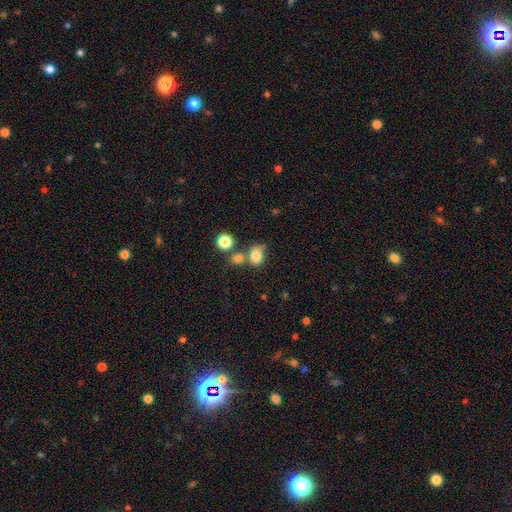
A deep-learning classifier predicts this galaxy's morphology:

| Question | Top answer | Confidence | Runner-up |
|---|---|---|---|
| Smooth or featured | smooth | 81% | star or artifact (12%) |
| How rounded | in between | 56% | round (43%) |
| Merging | none | 44% | merger (28%) |